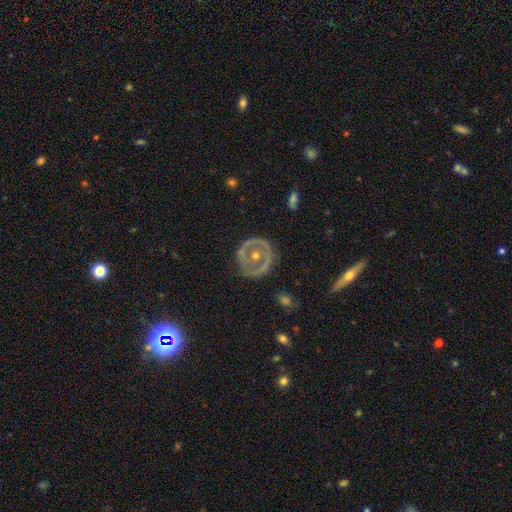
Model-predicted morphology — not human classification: Smooth or featured: featured or disk — 69% (smooth — 24%)
Edge-on disk: no — 92% (yes — 8%)
Bar: no — 80% (weak — 12%)
Spiral arms: no — 87% (yes — 13%)
Bulge size: moderate — 62% (small — 33%)
Merging: none — 79% (minor disturbance — 14%)